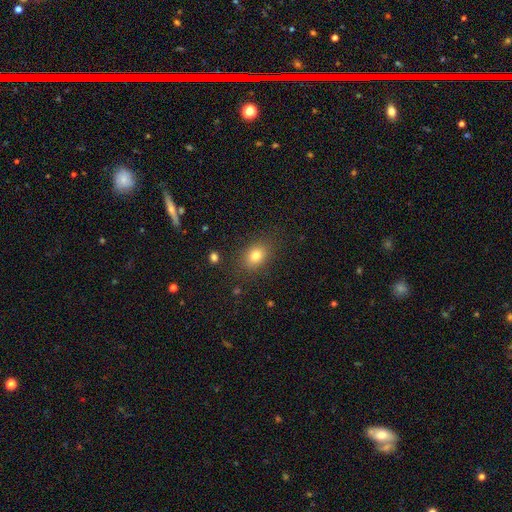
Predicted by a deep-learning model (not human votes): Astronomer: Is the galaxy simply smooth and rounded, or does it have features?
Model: smooth — 80%.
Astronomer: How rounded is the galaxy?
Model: in between — 67%.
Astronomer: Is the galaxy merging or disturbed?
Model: none — 83%.